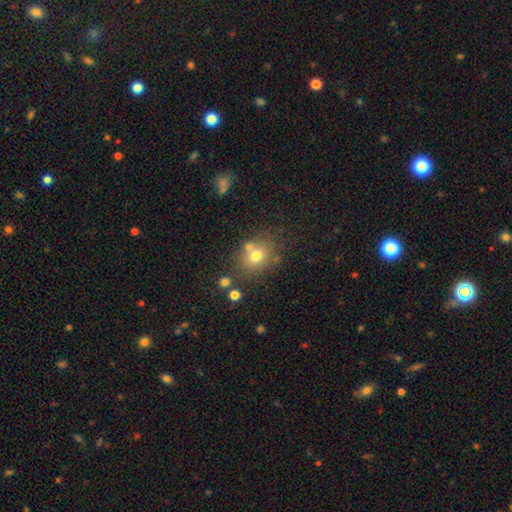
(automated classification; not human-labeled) smooth_or_featured: smooth (p=0.71) [alt: star or artifact p=0.15]
how_rounded: round (p=0.63) [alt: in between p=0.36]
merging: none (p=0.67) [alt: merger p=0.15]